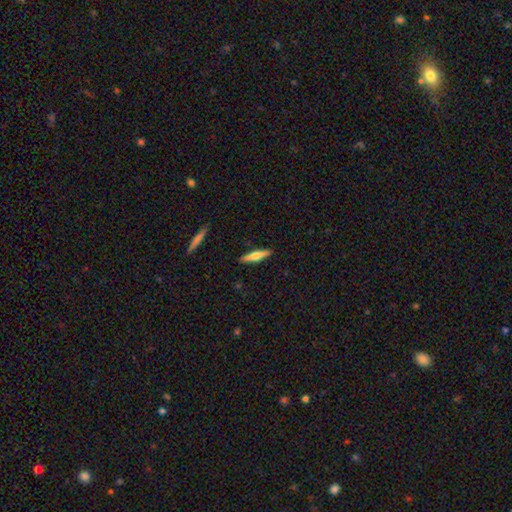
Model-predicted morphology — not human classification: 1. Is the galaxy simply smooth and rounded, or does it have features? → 54% smooth, 40% featured or disk, 6% star or artifact.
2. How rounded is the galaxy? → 83% cigar-shaped, 15% in between, 2% round.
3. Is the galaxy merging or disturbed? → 90% none, 7% minor disturbance, 2% major disturbance, 1% merger.